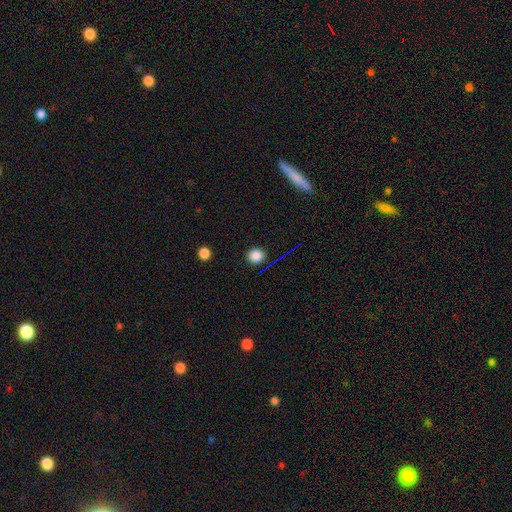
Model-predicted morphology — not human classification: Smooth or featured? smooth (82%)
How rounded? round (91%)
Merging? none (88%)